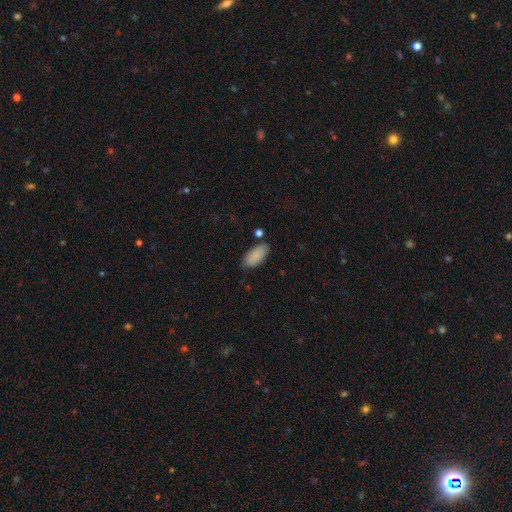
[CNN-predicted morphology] This appears to be a smooth galaxy with no disk features (88%) that is in between round and cigar-shaped (92%). Merging: none (76%).